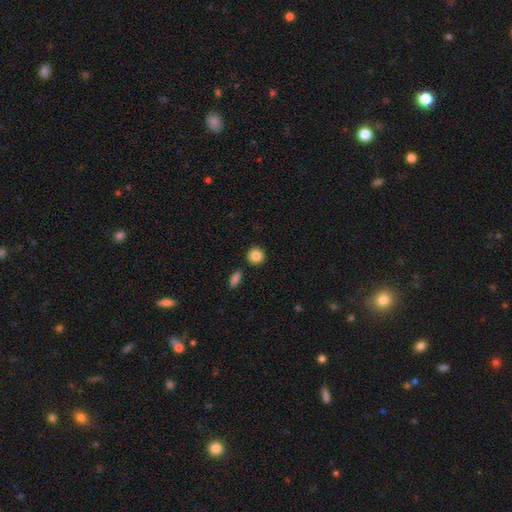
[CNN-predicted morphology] A smooth galaxy with no disk features (86%) that is round (90%). Merging: none (88%).